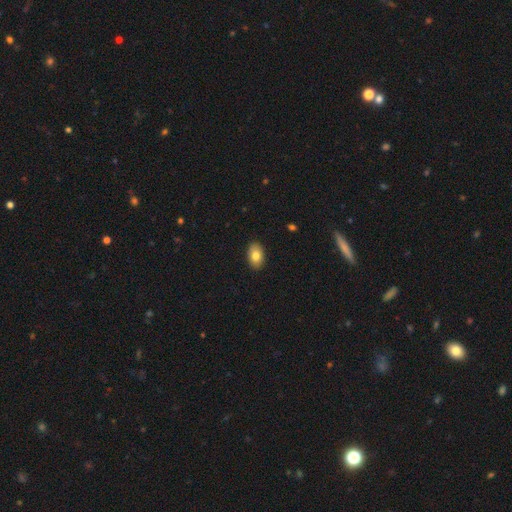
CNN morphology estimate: A smooth galaxy with no disk features (81%) that is in between round and cigar-shaped (89%).

Vote fractions:
- Smooth or featured? smooth: 81% / featured or disk: 12% / star or artifact: 7%
- How rounded? in between: 89% / round: 10% / cigar-shaped: 1%
- Merging? none: 90% / minor disturbance: 8% / major disturbance: 2% / merger: 1%